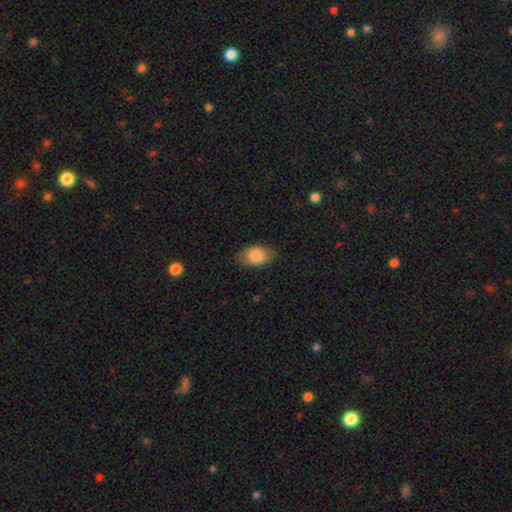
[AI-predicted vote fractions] A smooth galaxy with no disk features (85%) that is in between round and cigar-shaped (89%). Merging: none (81%).